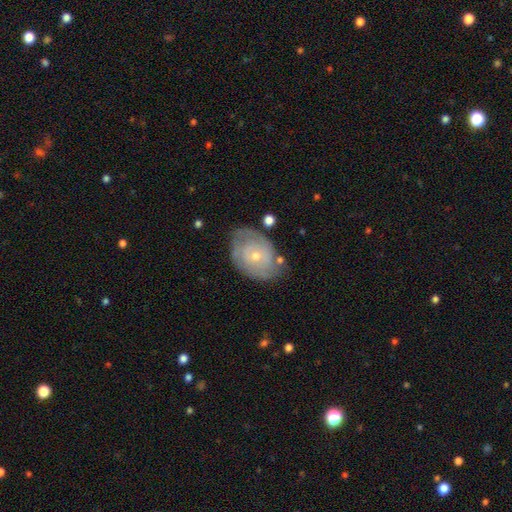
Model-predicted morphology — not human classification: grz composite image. It shows a featured or disk galaxy (69%) with no bar (79%), tight (68%) spiral arms (76%) and a small central bulge (63%). Merging: none (66%).